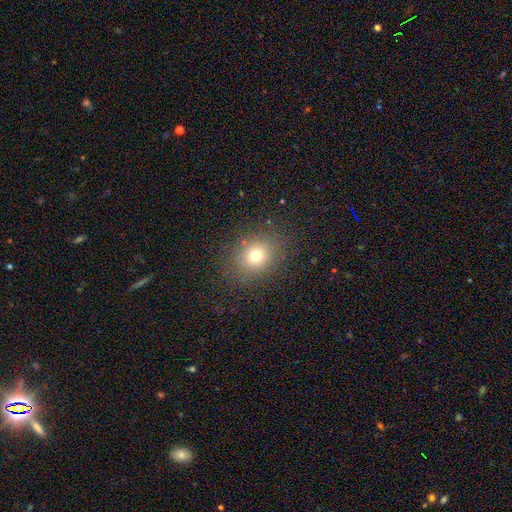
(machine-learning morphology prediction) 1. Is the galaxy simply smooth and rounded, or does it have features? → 72% smooth, 17% star or artifact, 10% featured or disk.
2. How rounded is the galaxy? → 69% round, 30% in between, 1% cigar-shaped.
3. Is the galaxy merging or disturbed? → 84% none, 10% minor disturbance, 5% major disturbance, 1% merger.